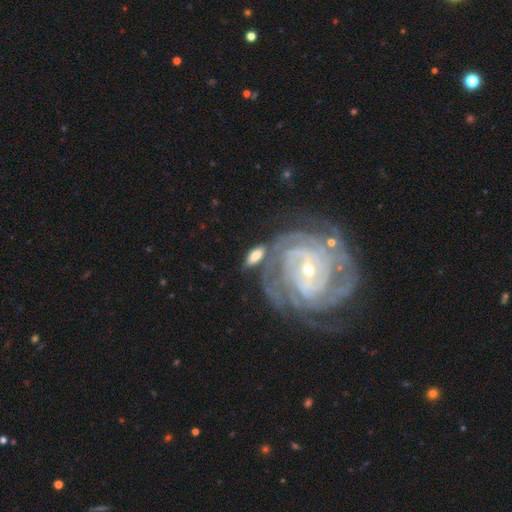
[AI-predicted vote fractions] Smooth or featured? featured or disk (51%)
Edge-on disk? no (86%)
Merging? none (57%)